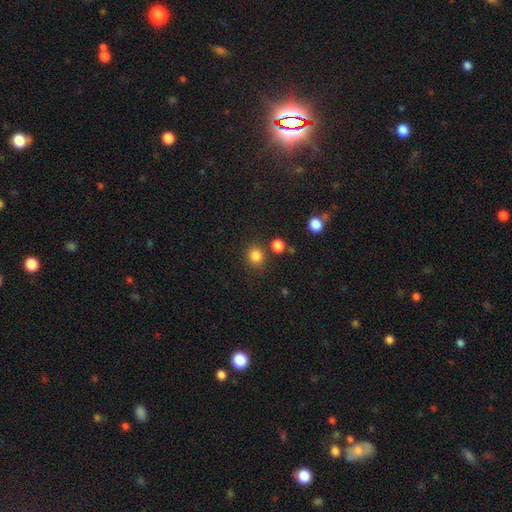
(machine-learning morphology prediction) The model was most divided on "smooth or featured": smooth: 84%, star or artifact: 12%, featured or disk: 4%. More confident: how rounded — round (85%); merging — none (82%).